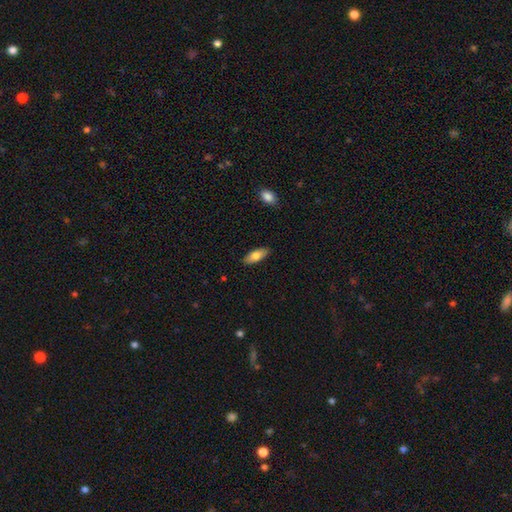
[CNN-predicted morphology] A smooth galaxy with no disk features (77%) that is in between round and cigar-shaped (78%).

Vote fractions:
- Smooth or featured? smooth: 77% / featured or disk: 17% / star or artifact: 6%
- How rounded? in between: 78% / cigar-shaped: 20% / round: 2%
- Merging? none: 87% / minor disturbance: 10% / major disturbance: 2% / merger: 1%